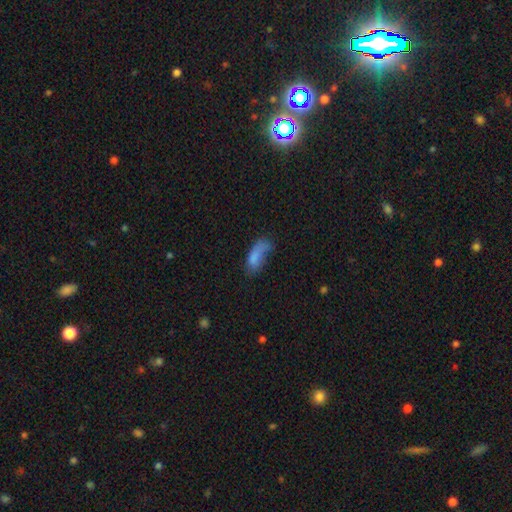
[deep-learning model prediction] Morphology: type=smooth (74%); roundness=in between (79%); merging=major disturbance (33%).